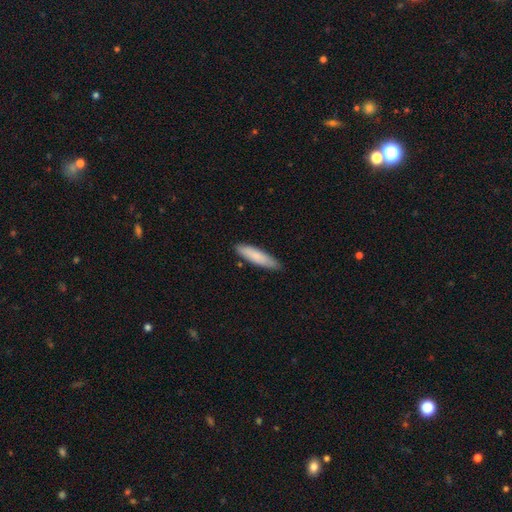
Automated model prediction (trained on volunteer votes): Smooth or featured: smooth — 81% (featured or disk — 14%)
How rounded: cigar-shaped — 76% (in between — 23%)
Merging: none — 84% (minor disturbance — 12%)